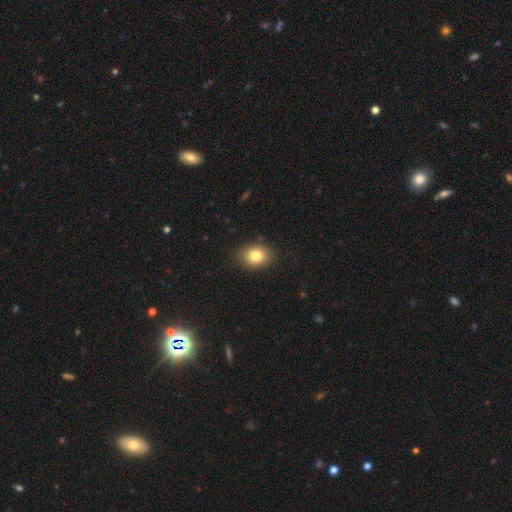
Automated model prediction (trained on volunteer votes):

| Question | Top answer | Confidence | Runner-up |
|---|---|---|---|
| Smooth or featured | smooth | 81% | star or artifact (10%) |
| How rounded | in between | 66% | round (33%) |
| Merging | none | 86% | minor disturbance (10%) |